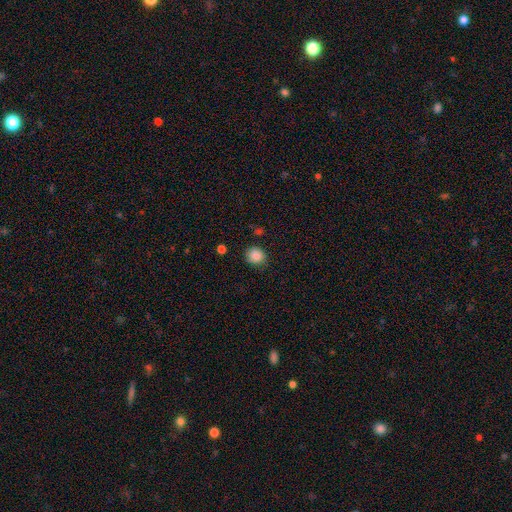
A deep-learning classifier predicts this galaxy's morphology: Smooth or featured? Predicted: smooth (p=0.87). How rounded? Predicted: round (p=0.82). Merging? Predicted: none (p=0.85).